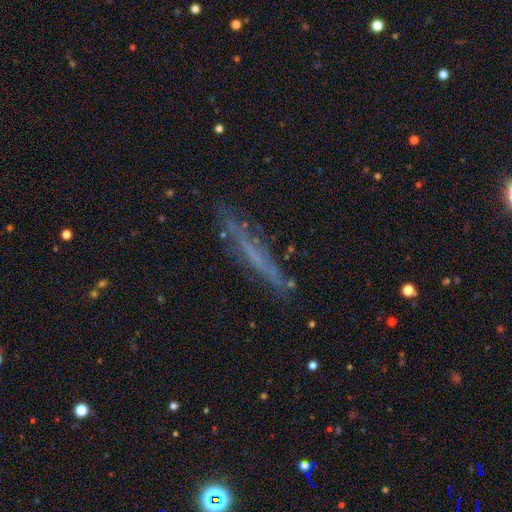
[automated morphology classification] This appears to be a featured or disk galaxy (50%) viewed edge-on (81%). Merging: none (79%).